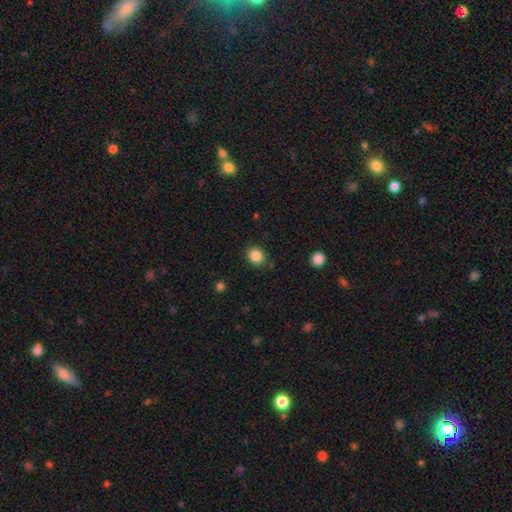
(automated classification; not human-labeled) Smooth or featured? Predicted: smooth (p=0.86). How rounded? Predicted: round (p=0.65). Merging? Predicted: none (p=0.85).